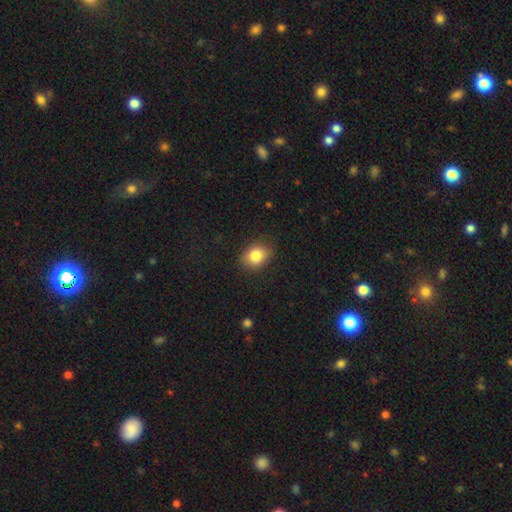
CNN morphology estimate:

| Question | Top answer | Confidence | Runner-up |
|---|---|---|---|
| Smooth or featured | smooth | 84% | star or artifact (9%) |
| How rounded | in between | 55% | round (44%) |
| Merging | none | 84% | minor disturbance (12%) |